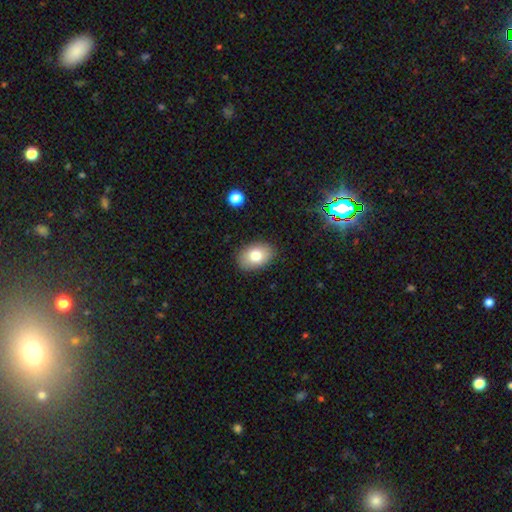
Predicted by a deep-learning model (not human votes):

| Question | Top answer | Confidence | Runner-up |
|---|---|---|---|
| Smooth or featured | smooth | 78% | featured or disk (14%) |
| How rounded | in between | 84% | round (15%) |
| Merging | none | 87% | minor disturbance (9%) |